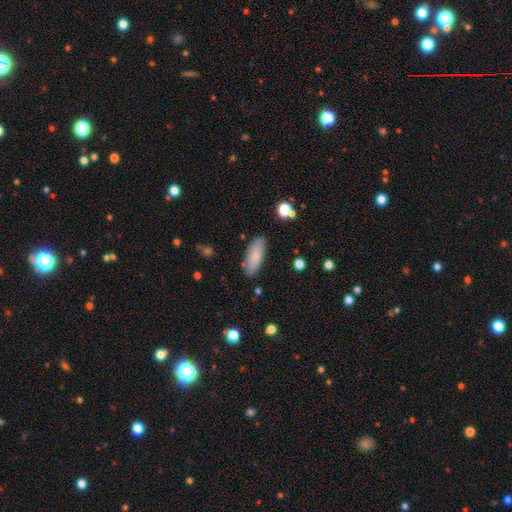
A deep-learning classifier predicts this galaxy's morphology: Smooth or featured? smooth (77%)
How rounded? in between (78%)
Merging? none (82%)